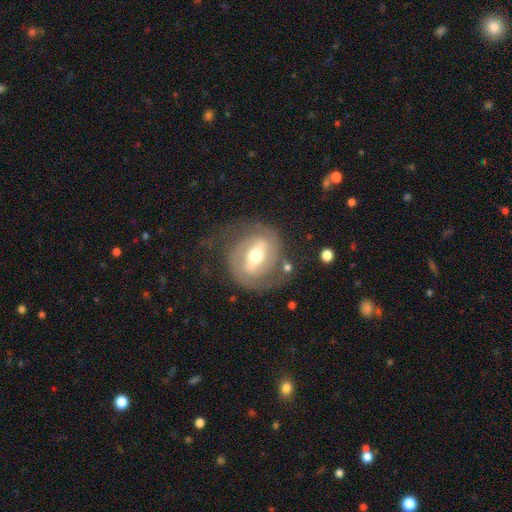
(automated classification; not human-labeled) Smooth or featured?
  - featured or disk: 83% *
  - smooth: 12%
  - star or artifact: 5%
Edge-on disk?
  - no: 96% *
  - yes: 4%
Bar?
  - strong: 52% *
  - weak: 34%
  - no: 15%
Spiral arms?
  - yes: 88% *
  - no: 12%
Spiral winding?
  - tight: 46% *
  - medium: 41%
  - loose: 13%
Spiral arm count?
  - 2: 84% *
  - can't tell: 8%
  - 1: 3%
  - 3: 3%
  - 4: 1%
  - more than 4: 1%
Bulge size?
  - moderate: 68% *
  - small: 21%
  - large: 9%
  - dominant: 1%
  - none: 1%
Merging?
  - none: 68% *
  - minor disturbance: 17%
  - major disturbance: 12%
  - merger: 3%